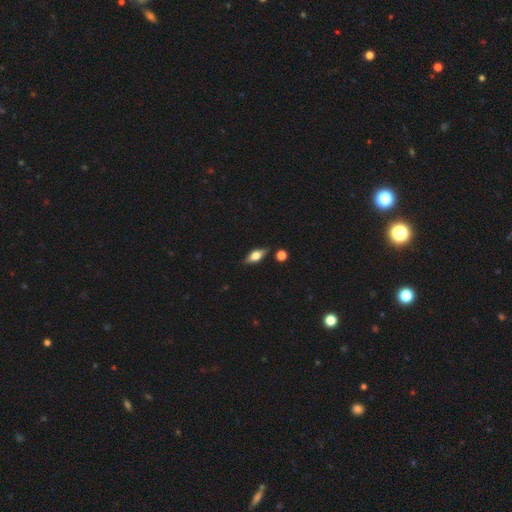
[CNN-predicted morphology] Smooth or featured?
  - smooth: 54% *
  - featured or disk: 38%
  - star or artifact: 8%
How rounded?
  - in between: 75% *
  - cigar-shaped: 20%
  - round: 5%
Merging?
  - none: 82% *
  - minor disturbance: 12%
  - merger: 3%
  - major disturbance: 3%